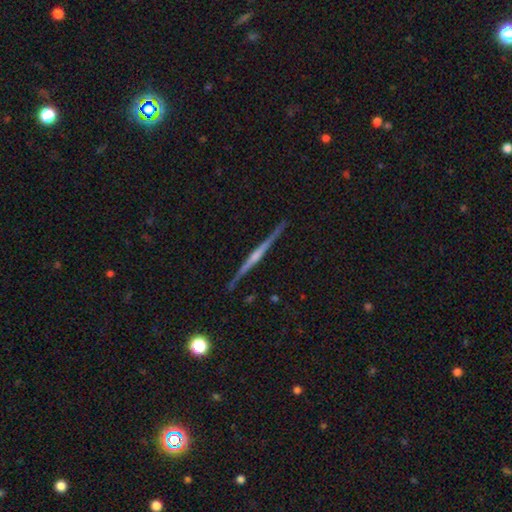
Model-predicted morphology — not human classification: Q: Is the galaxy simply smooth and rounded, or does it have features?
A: featured or disk — 79%.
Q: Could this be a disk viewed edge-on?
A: yes — 98%.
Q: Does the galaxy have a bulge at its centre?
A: rounded — 65%.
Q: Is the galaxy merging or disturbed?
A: none — 91%.